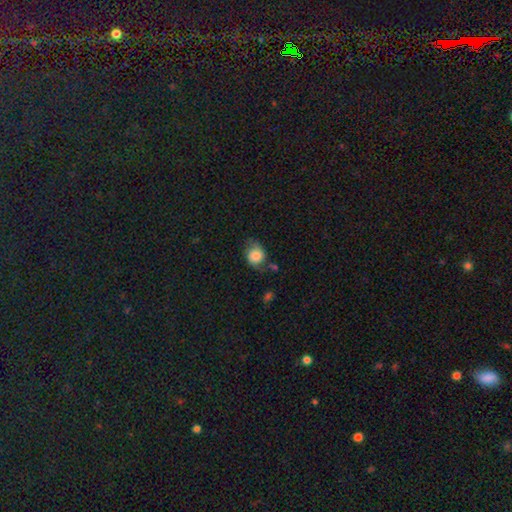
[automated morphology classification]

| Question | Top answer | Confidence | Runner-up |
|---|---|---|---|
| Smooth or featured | smooth | 79% | featured or disk (13%) |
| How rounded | round | 56% | in between (43%) |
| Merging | none | 49% | minor disturbance (33%) |